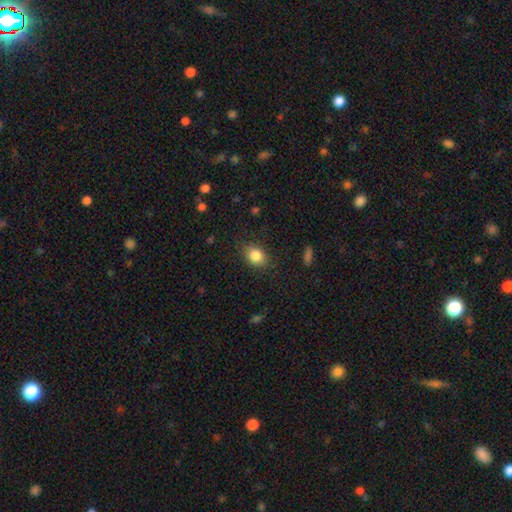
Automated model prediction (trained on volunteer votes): Smooth or featured? smooth (84%)
How rounded? in between (67%)
Merging? none (82%)